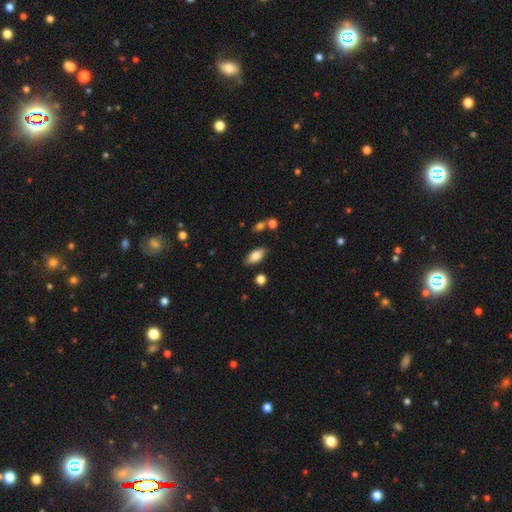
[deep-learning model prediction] This appears to be a smooth galaxy with no disk features (81%) that is in between round and cigar-shaped (88%). Merging: none (83%).